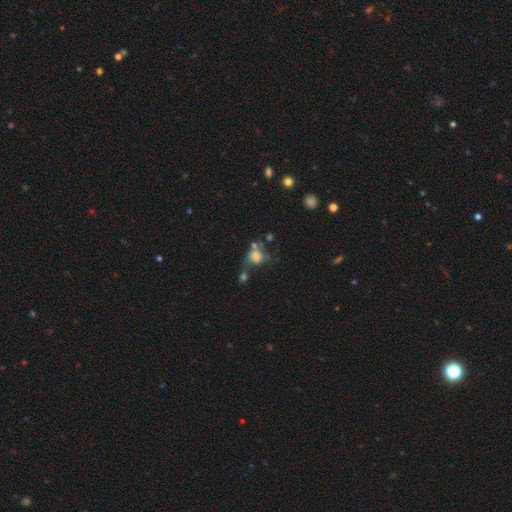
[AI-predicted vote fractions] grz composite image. It shows a smooth galaxy with no disk features (69%) that is round (67%). Merging: none (35%).